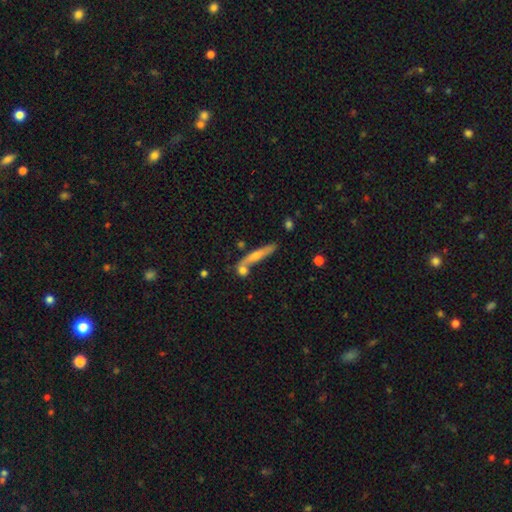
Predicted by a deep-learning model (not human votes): This appears to be a featured or disk galaxy (48%). Merging: none (66%).